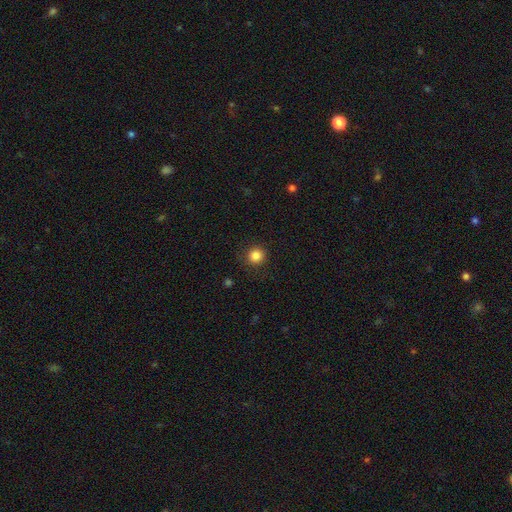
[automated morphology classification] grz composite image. It shows a smooth galaxy with no disk features (85%) that is round (92%). Merging: none (89%).